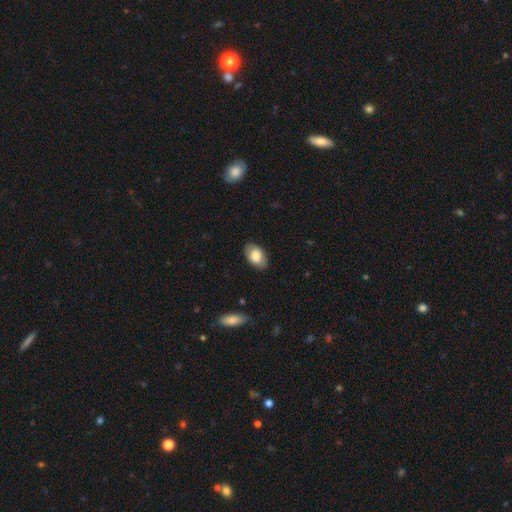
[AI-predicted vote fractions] A smooth galaxy with no disk features (78%) that is in between round and cigar-shaped (92%). Merging: none (84%).